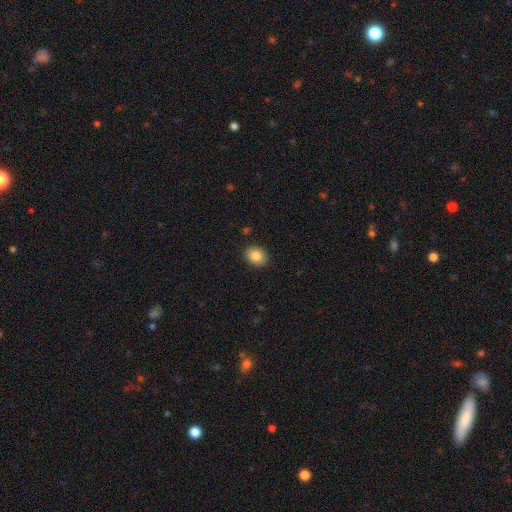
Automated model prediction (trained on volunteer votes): A smooth galaxy with no disk features (86%) that is in between round and cigar-shaped (52%).

Vote fractions:
- Smooth or featured? smooth: 86% / star or artifact: 9% / featured or disk: 5%
- How rounded? in between: 52% / round: 48% / cigar-shaped: 1%
- Merging? none: 89% / minor disturbance: 8% / major disturbance: 2% / merger: 1%